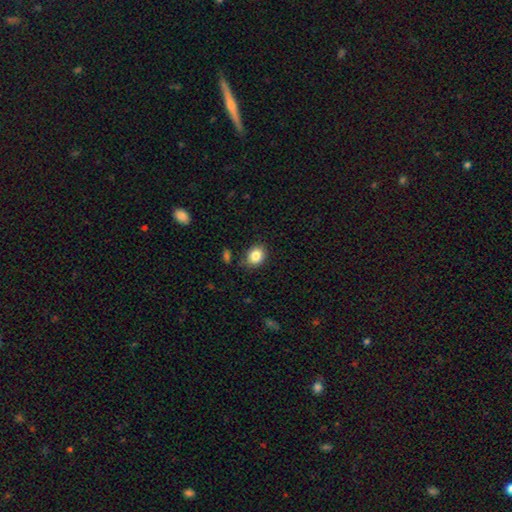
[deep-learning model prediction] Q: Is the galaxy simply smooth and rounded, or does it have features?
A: smooth — 85%.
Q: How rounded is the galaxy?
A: round — 54%.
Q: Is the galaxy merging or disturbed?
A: none — 76%.